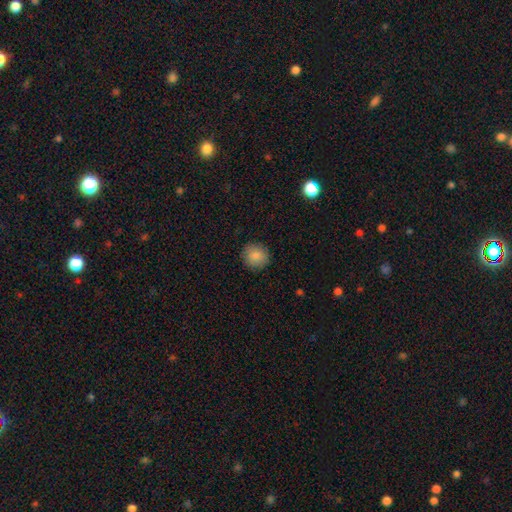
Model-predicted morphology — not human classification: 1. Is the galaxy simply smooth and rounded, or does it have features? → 87% smooth, 9% star or artifact, 5% featured or disk.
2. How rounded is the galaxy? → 92% round, 7% in between, 1% cigar-shaped.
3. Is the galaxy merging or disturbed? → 90% none, 7% minor disturbance, 2% major disturbance, 1% merger.